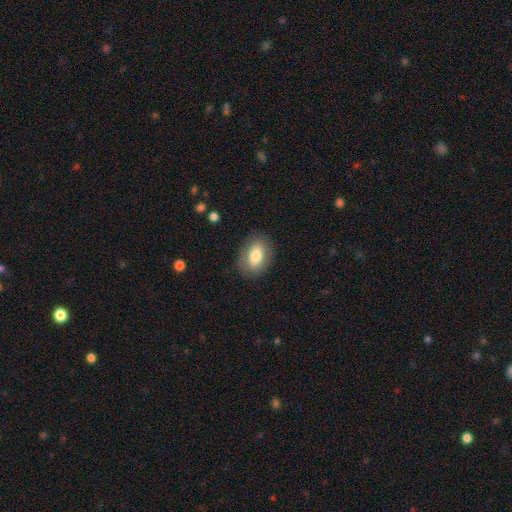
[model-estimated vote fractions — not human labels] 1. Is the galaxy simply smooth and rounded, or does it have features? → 75% smooth, 17% featured or disk, 7% star or artifact.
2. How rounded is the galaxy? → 84% in between, 15% round, 1% cigar-shaped.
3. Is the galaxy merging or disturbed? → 84% none, 11% minor disturbance, 4% major disturbance, 1% merger.